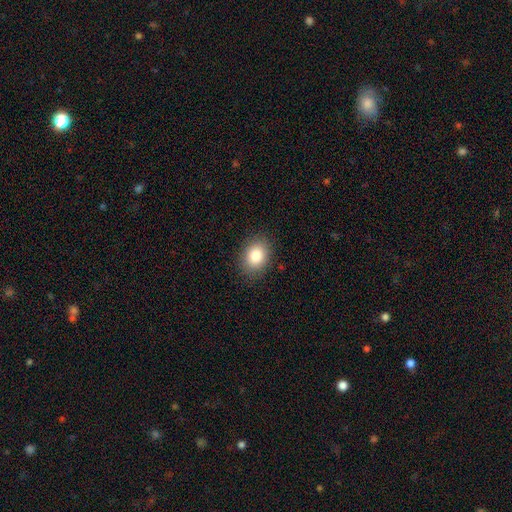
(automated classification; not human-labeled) Smooth or featured? smooth (86%)
How rounded? in between (67%)
Merging? none (87%)